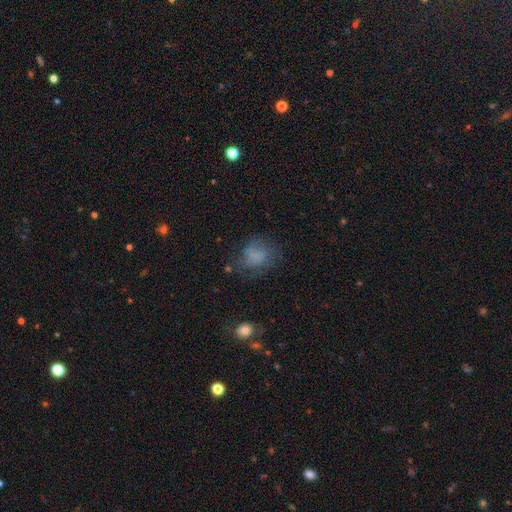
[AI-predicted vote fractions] Smooth or featured? Predicted: smooth (p=0.64). How rounded? Predicted: round (p=0.54). Merging? Predicted: none (p=0.50).